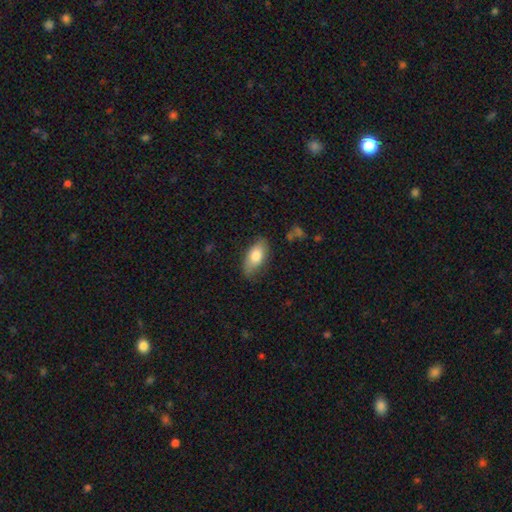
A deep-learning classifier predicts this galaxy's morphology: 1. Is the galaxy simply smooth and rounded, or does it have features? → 79% smooth, 15% featured or disk, 6% star or artifact.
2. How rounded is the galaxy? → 89% in between, 8% cigar-shaped, 4% round.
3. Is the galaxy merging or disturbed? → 76% none, 19% minor disturbance, 4% major disturbance, 2% merger.